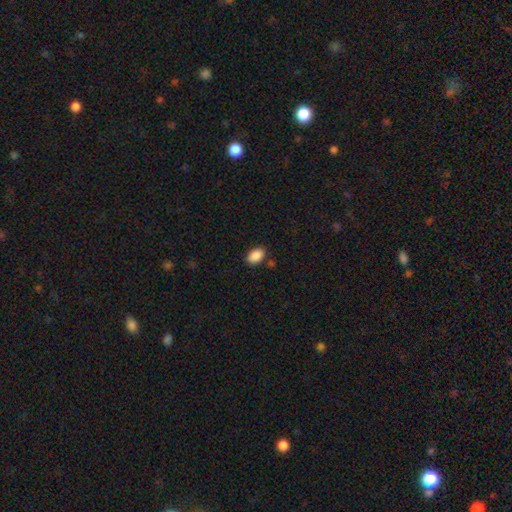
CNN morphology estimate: Smooth or featured: smooth — 89% (star or artifact — 8%)
How rounded: in between — 88% (round — 11%)
Merging: none — 81% (minor disturbance — 12%)